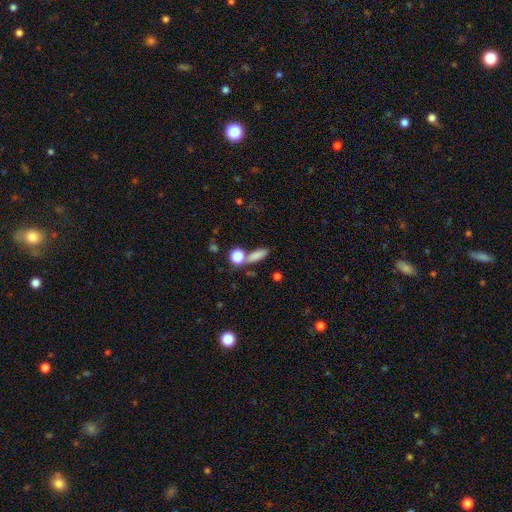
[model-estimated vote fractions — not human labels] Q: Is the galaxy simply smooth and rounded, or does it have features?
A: smooth — 80%.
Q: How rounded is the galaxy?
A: in between — 51%.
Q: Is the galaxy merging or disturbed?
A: none — 65%.